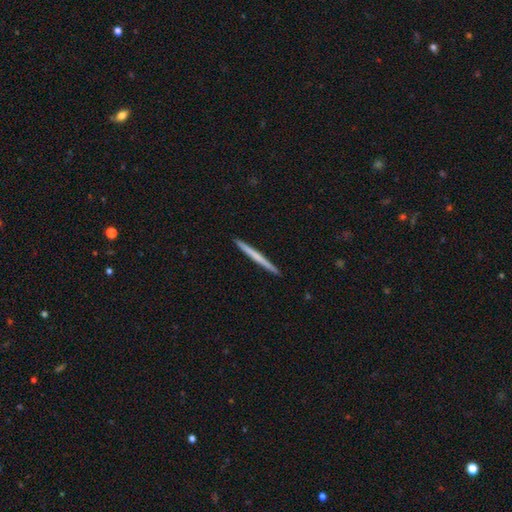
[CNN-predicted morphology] A smooth galaxy with no disk features (52%) that is cigar-shaped (97%).

Vote fractions:
- Smooth or featured? smooth: 52% / featured or disk: 43% / star or artifact: 5%
- How rounded? cigar-shaped: 97% / in between: 1% / round: 1%
- Merging? none: 93% / minor disturbance: 5% / major disturbance: 1% / merger: 1%